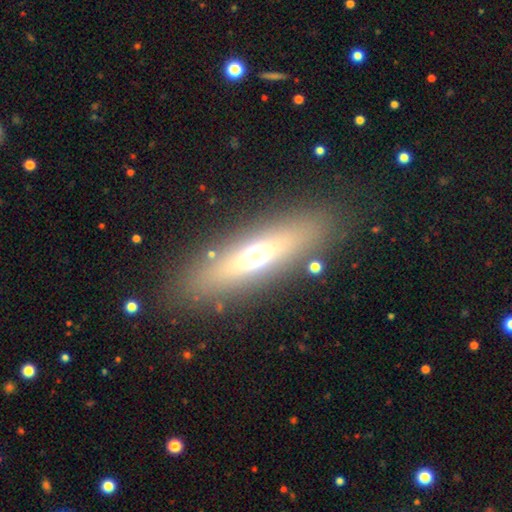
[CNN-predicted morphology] Smooth or featured?
  - smooth: 50% *
  - featured or disk: 39%
  - star or artifact: 11%
Merging?
  - none: 85% *
  - minor disturbance: 9%
  - major disturbance: 4%
  - merger: 2%